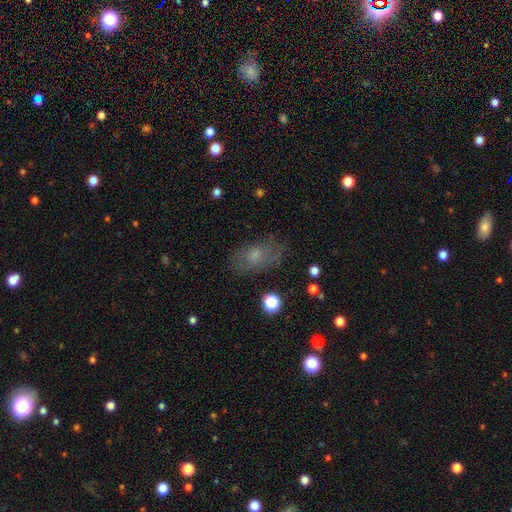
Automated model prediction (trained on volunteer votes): This appears to be a smooth galaxy with no disk features (59%) that is in between round and cigar-shaped (88%). Merging: none (71%).